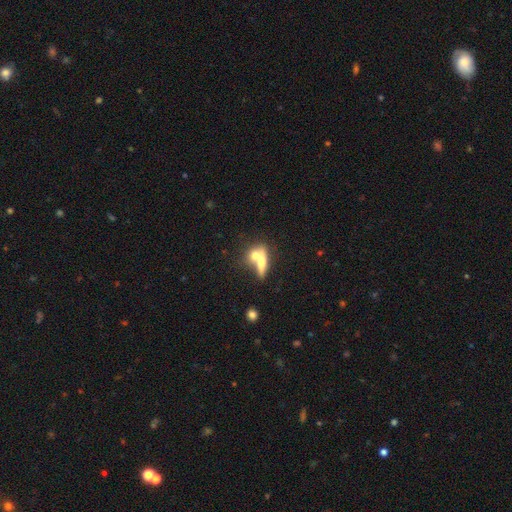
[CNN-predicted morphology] smooth-or-featured: smooth: 61% | featured or disk: 31% | star or artifact: 8%
  how-rounded: in between: 49% | cigar-shaped: 29% | round: 22%
  merging: merger: 60% | none: 27% | minor disturbance: 8% | major disturbance: 6%